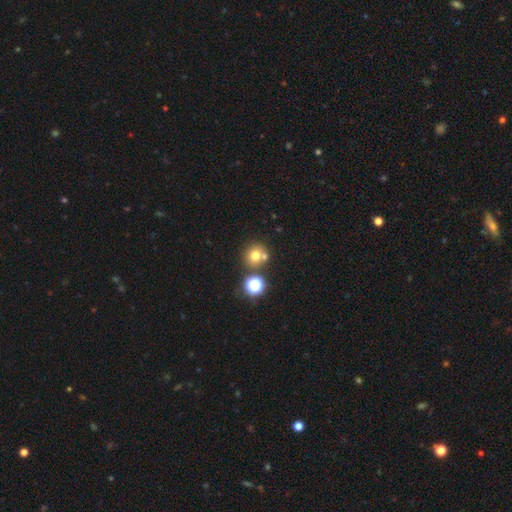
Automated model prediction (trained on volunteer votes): smooth-or-featured: smooth: 70% | star or artifact: 18% | featured or disk: 12%
  how-rounded: round: 87% | in between: 12% | cigar-shaped: 1%
  merging: none: 61% | merger: 27% | minor disturbance: 9% | major disturbance: 3%